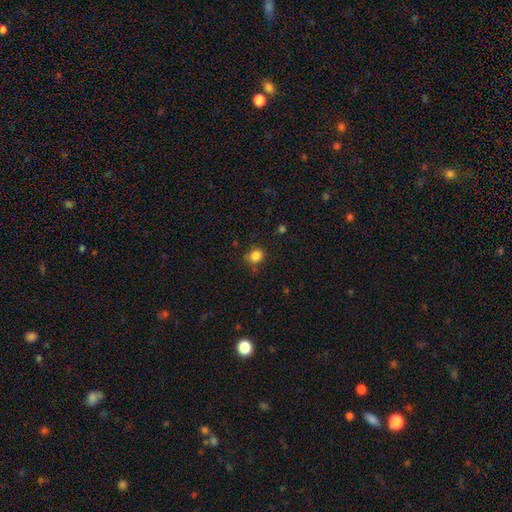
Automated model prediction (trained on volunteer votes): Smooth or featured? smooth (84%)
How rounded? round (75%)
Merging? none (77%)